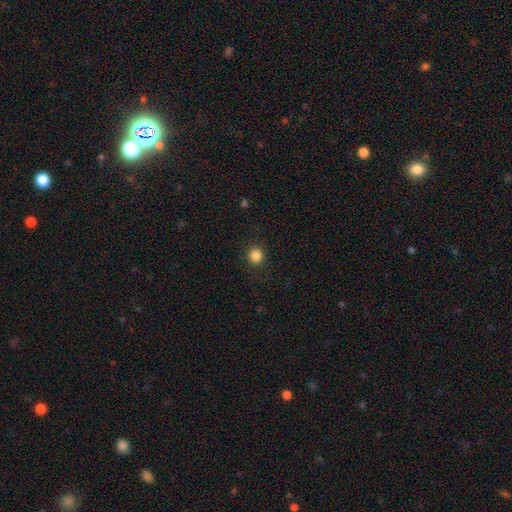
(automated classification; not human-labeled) Smooth or featured: smooth — 85% (star or artifact — 11%)
How rounded: round — 93% (in between — 6%)
Merging: none — 91% (minor disturbance — 6%)